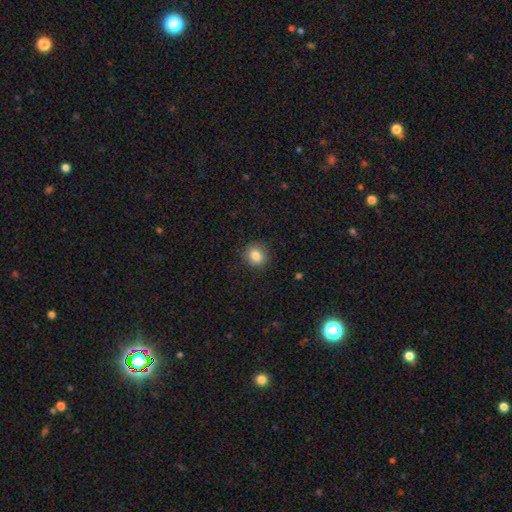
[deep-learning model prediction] The model was most divided on "how rounded": round: 73%, in between: 26%, cigar-shaped: 1%. More confident: merging — none (87%); smooth or featured — smooth (84%).